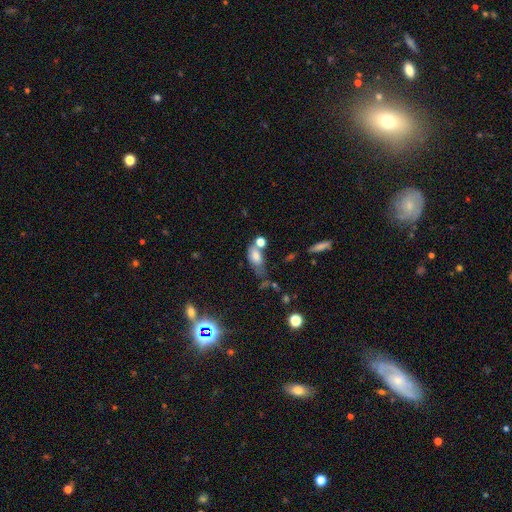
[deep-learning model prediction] Q: Smooth or featured?
A: smooth (71%); runner-up: featured or disk (18%)
Q: How rounded?
A: in between (85%); runner-up: round (9%)
Q: Merging?
A: merger (31%); runner-up: none (30%)